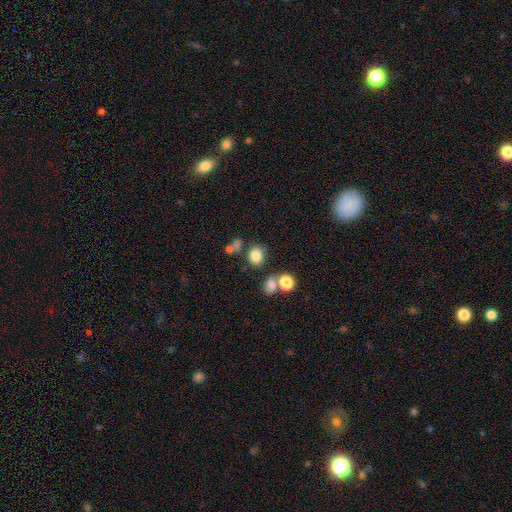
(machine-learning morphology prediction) Smooth or featured? Predicted: smooth (p=0.80). How rounded? Predicted: round (p=0.64). Merging? Predicted: none (p=0.63).